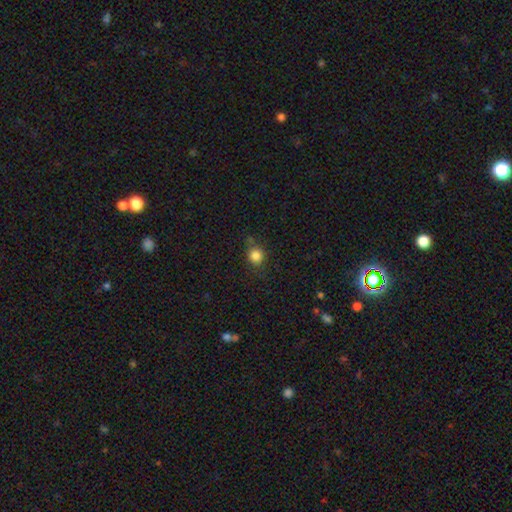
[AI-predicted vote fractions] smooth-or-featured: smooth: 84% | star or artifact: 12% | featured or disk: 5%
  how-rounded: round: 81% | in between: 18% | cigar-shaped: 1%
  merging: none: 73% | minor disturbance: 16% | merger: 6% | major disturbance: 5%